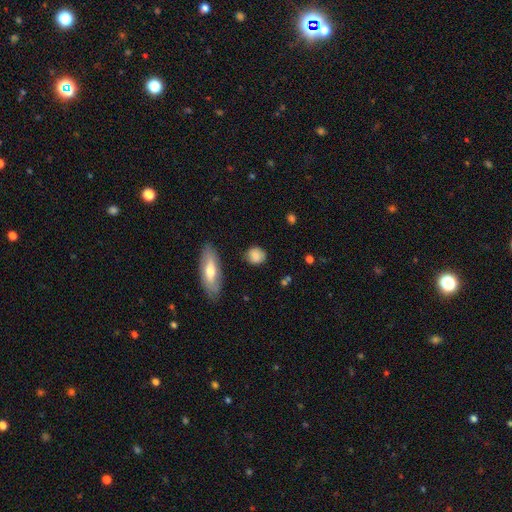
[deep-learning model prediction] Smooth or featured? smooth (82%)
How rounded? round (59%)
Merging? none (78%)